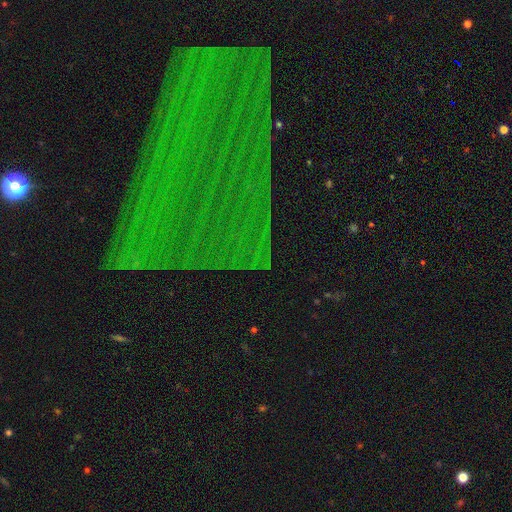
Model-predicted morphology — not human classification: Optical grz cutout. It shows a star or artifact, not a galaxy (79%).